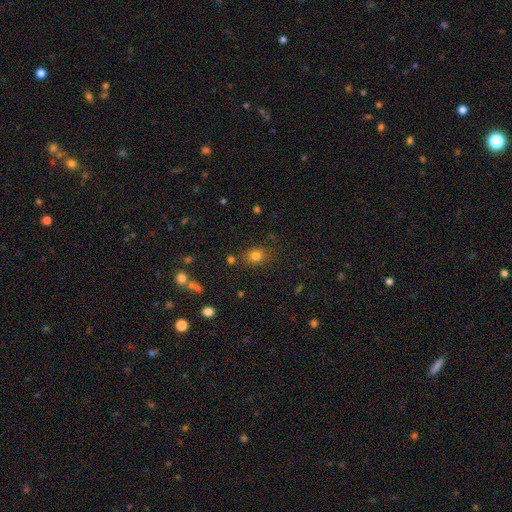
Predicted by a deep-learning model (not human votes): smooth-or-featured: smooth: 78% | star or artifact: 15% | featured or disk: 6%
  how-rounded: round: 62% | in between: 37% | cigar-shaped: 1%
  merging: none: 80% | minor disturbance: 12% | merger: 5% | major disturbance: 4%